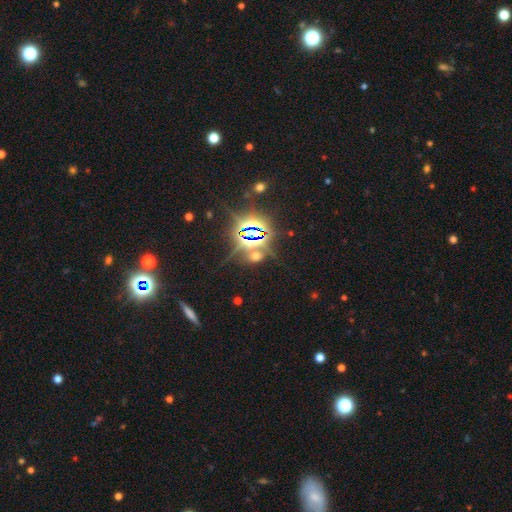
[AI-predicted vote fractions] smooth_or_featured: star or artifact (p=0.65) [alt: smooth p=0.26]